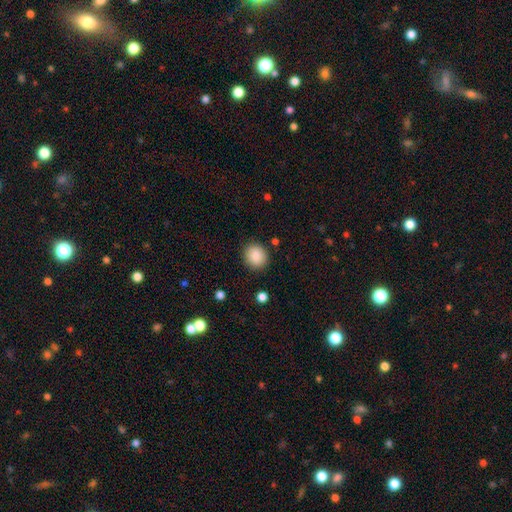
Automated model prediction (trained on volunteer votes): smooth-or-featured: smooth: 88% | star or artifact: 8% | featured or disk: 4%
  how-rounded: round: 79% | in between: 20% | cigar-shaped: 1%
  merging: none: 87% | minor disturbance: 9% | major disturbance: 3% | merger: 1%